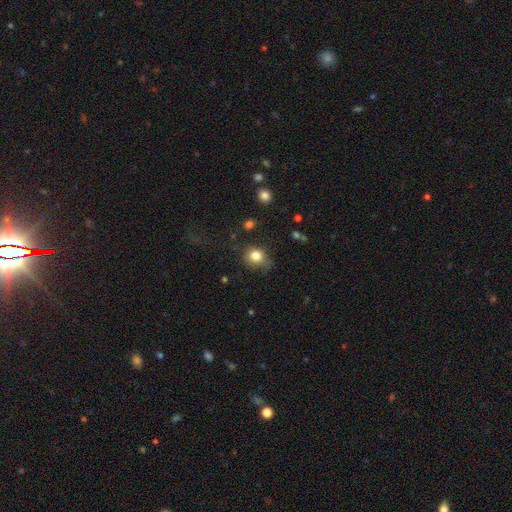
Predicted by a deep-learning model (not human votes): A smooth galaxy with no disk features (81%) that is round (77%).

Vote fractions:
- Smooth or featured? smooth: 81% / star or artifact: 12% / featured or disk: 7%
- How rounded? round: 77% / in between: 23% / cigar-shaped: 1%
- Merging? none: 64% / minor disturbance: 24% / major disturbance: 9% / merger: 3%